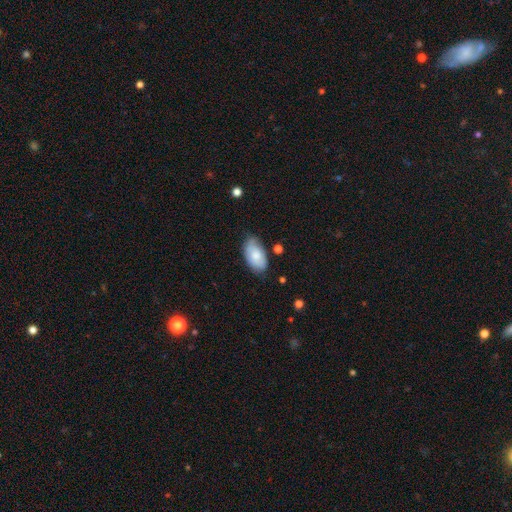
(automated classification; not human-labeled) Q: Smooth or featured?
A: smooth (74%); runner-up: featured or disk (20%)
Q: How rounded?
A: in between (95%); runner-up: round (4%)
Q: Merging?
A: none (68%); runner-up: minor disturbance (24%)